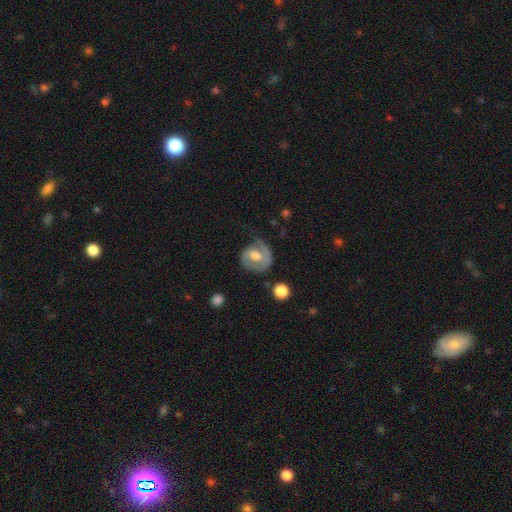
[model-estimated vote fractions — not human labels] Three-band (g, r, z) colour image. It shows a featured or disk galaxy (62%) with no bar (46%), spiral arms (78%) and a moderate central bulge (64%). Merging: none (52%).